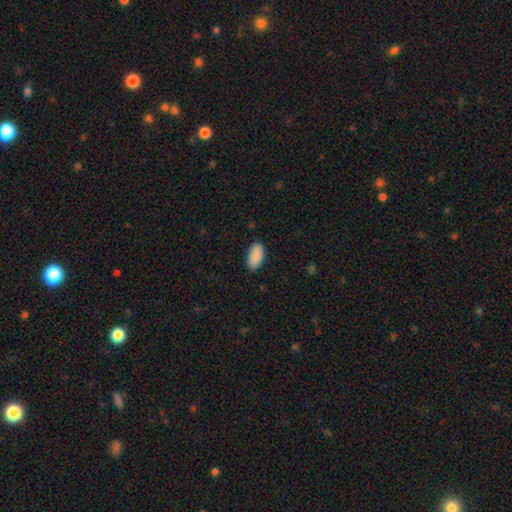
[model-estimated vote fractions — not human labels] The model was most divided on "merging": none: 86%, minor disturbance: 11%, major disturbance: 2%, merger: 1%. More confident: how rounded — in between (94%); smooth or featured — smooth (91%).